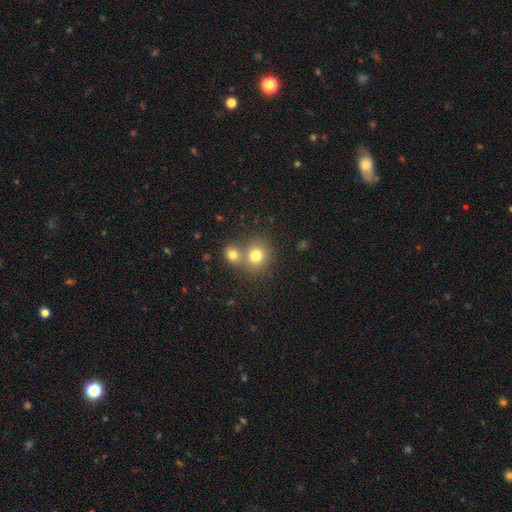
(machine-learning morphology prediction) Smooth or featured? Predicted: smooth (p=0.76). How rounded? Predicted: round (p=0.81). Merging? Predicted: none (p=0.48).